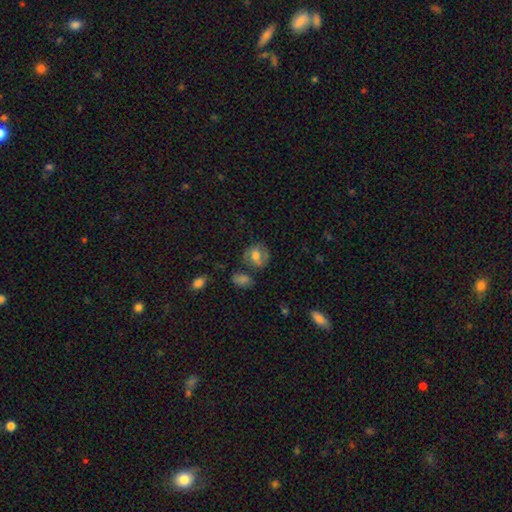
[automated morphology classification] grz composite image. It shows a smooth galaxy with no disk features (51%) that is round (62%). Merging: none (59%).